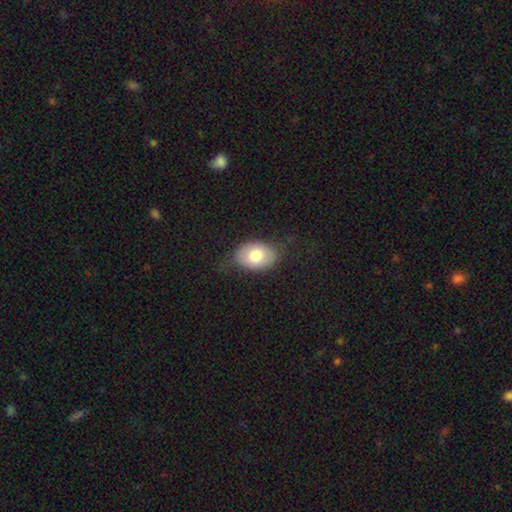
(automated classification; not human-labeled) smooth_or_featured: smooth (p=0.76) [alt: featured or disk p=0.17]
how_rounded: in between (p=0.80) [alt: round p=0.19]
merging: none (p=0.73) [alt: minor disturbance p=0.20]